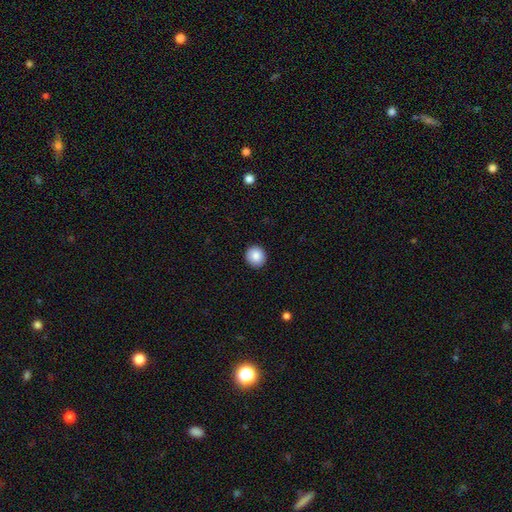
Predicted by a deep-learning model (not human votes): smooth_or_featured: smooth (p=0.87) [alt: star or artifact p=0.08]
how_rounded: round (p=0.92) [alt: in between p=0.07]
merging: none (p=0.93) [alt: minor disturbance p=0.05]